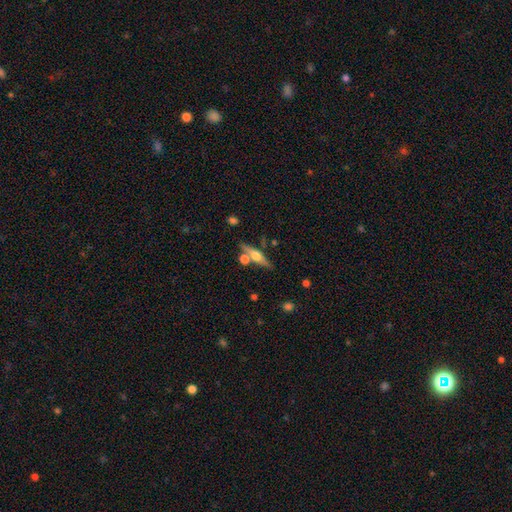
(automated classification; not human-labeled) Smooth or featured? featured or disk (64%)
Edge-on disk? yes (95%)
Edge-on bulge? rounded (92%)
Merging? none (73%)